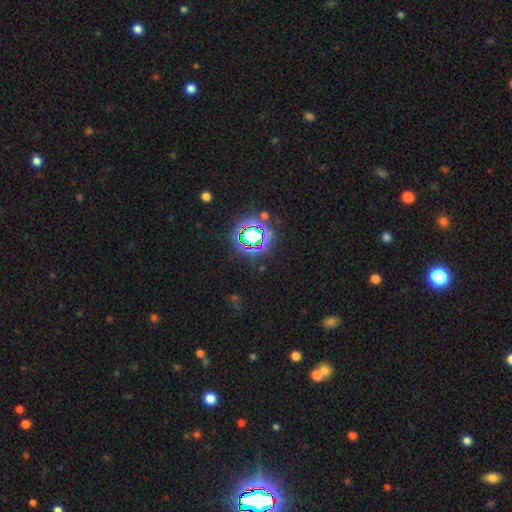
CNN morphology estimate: Smooth or featured? Predicted: star or artifact (p=0.75).